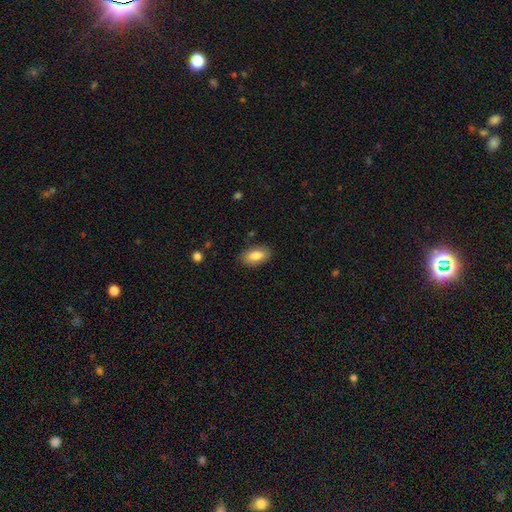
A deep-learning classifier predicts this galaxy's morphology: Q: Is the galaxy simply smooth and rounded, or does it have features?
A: smooth — 83%.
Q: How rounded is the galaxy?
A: in between — 92%.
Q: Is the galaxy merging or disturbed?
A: none — 86%.